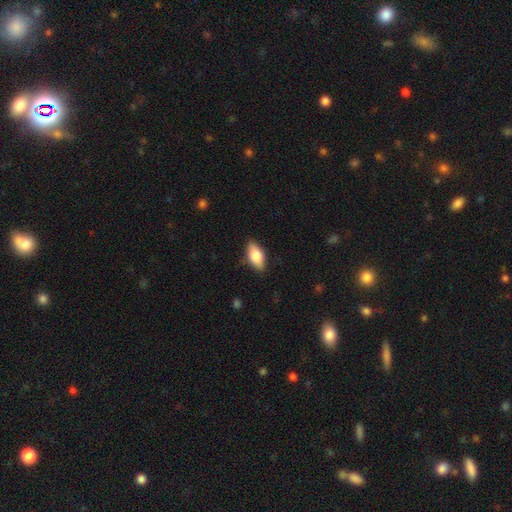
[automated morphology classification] Smooth or featured: smooth — 77% (featured or disk — 16%)
How rounded: in between — 87% (cigar-shaped — 9%)
Merging: none — 85% (minor disturbance — 12%)